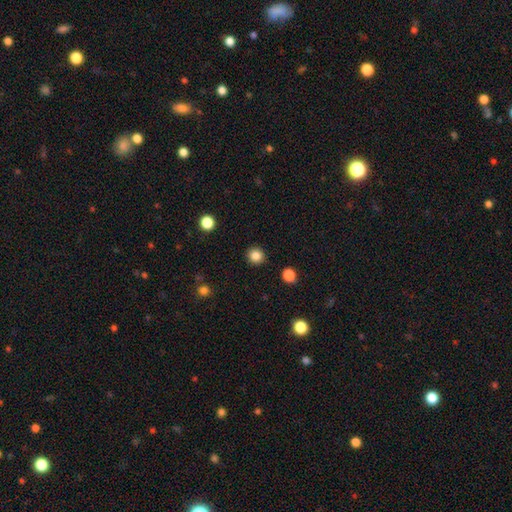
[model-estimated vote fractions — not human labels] Q: Smooth or featured?
A: smooth (85%); runner-up: star or artifact (11%)
Q: How rounded?
A: round (92%); runner-up: in between (7%)
Q: Merging?
A: none (92%); runner-up: minor disturbance (5%)